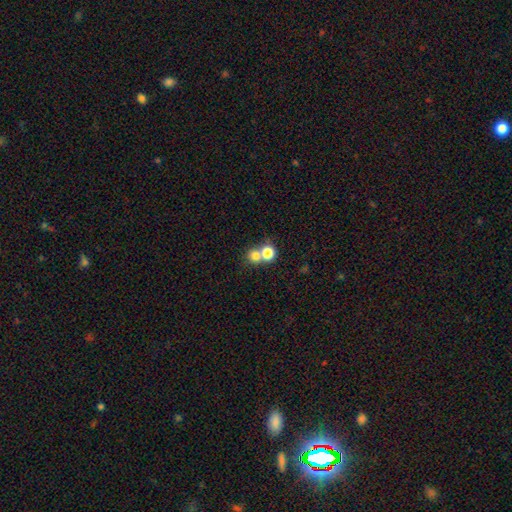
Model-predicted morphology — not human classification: type=smooth (75%); roundness=round (85%); merging=merger (49%).